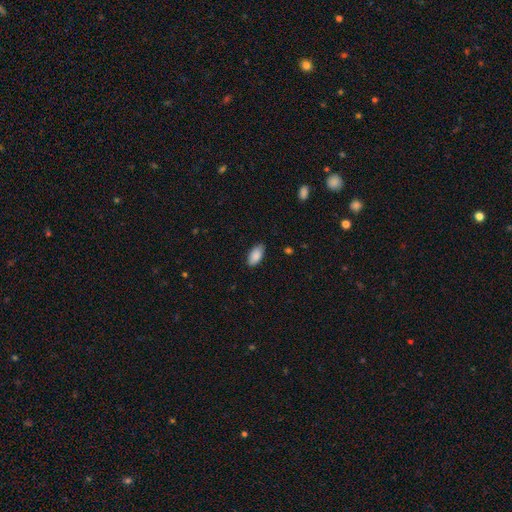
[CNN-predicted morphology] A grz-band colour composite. It shows a smooth galaxy with no disk features (88%) that is in between round and cigar-shaped (93%). Merging: none (85%).